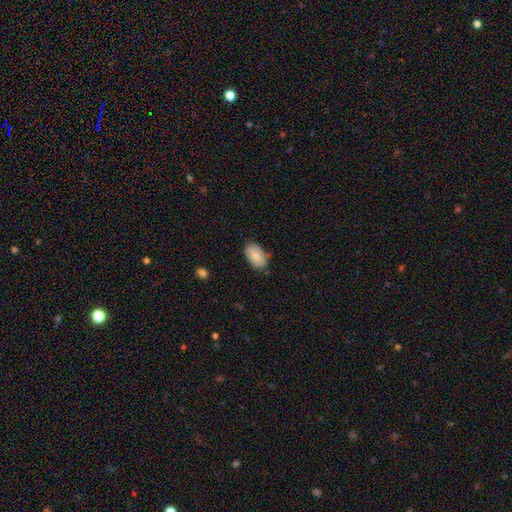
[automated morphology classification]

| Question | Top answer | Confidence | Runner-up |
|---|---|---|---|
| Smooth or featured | smooth | 84% | featured or disk (10%) |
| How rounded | in between | 94% | round (5%) |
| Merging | none | 76% | minor disturbance (19%) |